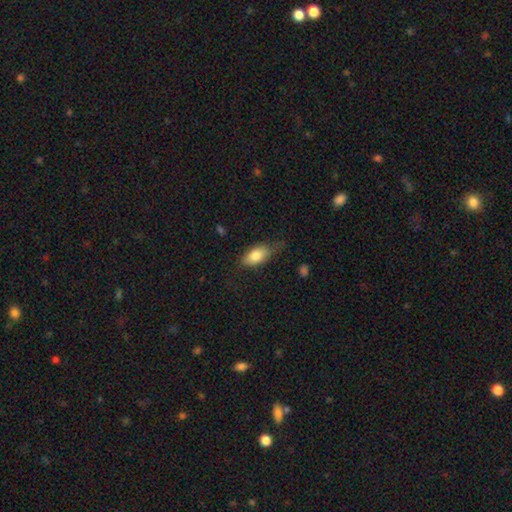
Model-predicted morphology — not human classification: Q: Smooth or featured?
A: smooth (79%); runner-up: featured or disk (14%)
Q: How rounded?
A: in between (88%); runner-up: cigar-shaped (7%)
Q: Merging?
A: none (59%); runner-up: minor disturbance (29%)